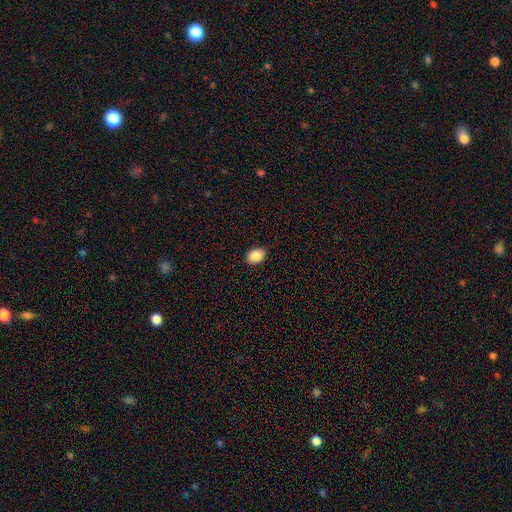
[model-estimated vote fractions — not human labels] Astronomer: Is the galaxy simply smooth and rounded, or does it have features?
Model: smooth — 88%.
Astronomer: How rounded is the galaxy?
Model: in between — 56% (runner-up: round, 43%).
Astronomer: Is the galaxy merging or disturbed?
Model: none — 89%.